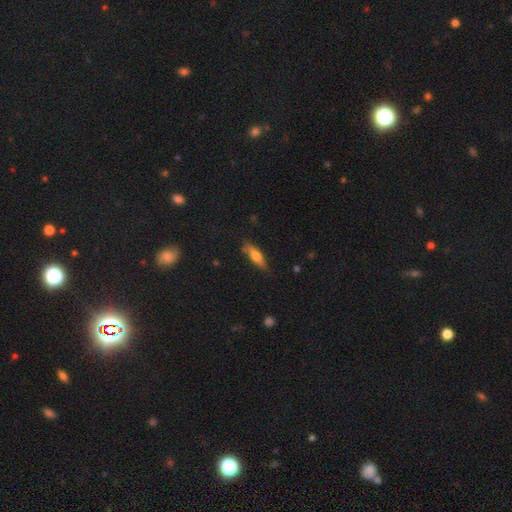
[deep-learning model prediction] Smooth or featured? smooth (61%)
How rounded? cigar-shaped (61%)
Merging? none (76%)